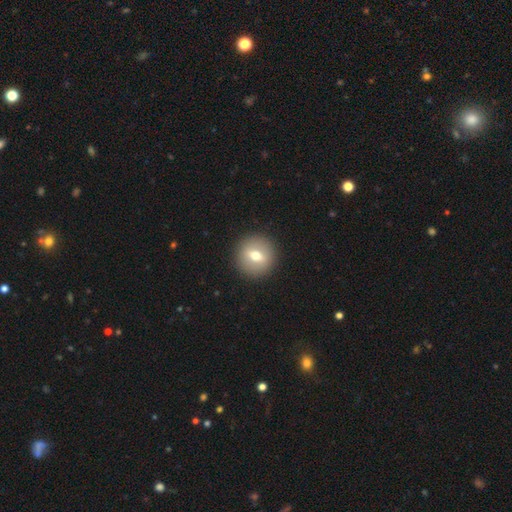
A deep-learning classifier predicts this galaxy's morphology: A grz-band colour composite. It shows a smooth galaxy with no disk features (62%) that is round (91%). Merging: none (91%).